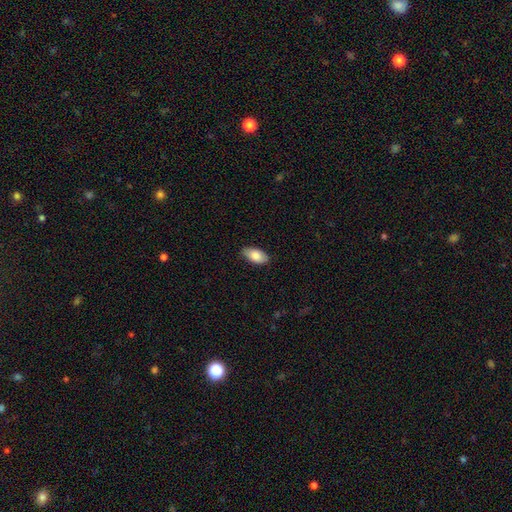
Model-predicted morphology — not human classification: type=smooth (83%); roundness=in between (94%); merging=none (85%).